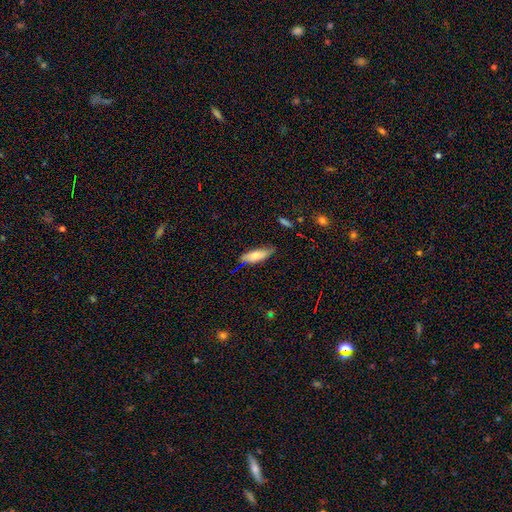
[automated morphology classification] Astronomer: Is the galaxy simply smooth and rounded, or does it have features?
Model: smooth — 72%.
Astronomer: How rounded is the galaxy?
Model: in between — 59% (runner-up: cigar-shaped, 40%).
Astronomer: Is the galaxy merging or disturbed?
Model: none — 69%.